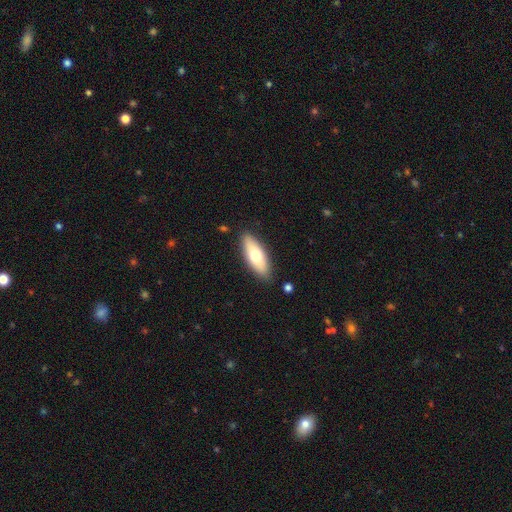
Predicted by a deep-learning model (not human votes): smooth-or-featured: smooth: 67% | featured or disk: 27% | star or artifact: 6%
  how-rounded: in between: 69% | cigar-shaped: 29% | round: 2%
  merging: none: 86% | minor disturbance: 10% | major disturbance: 2% | merger: 2%